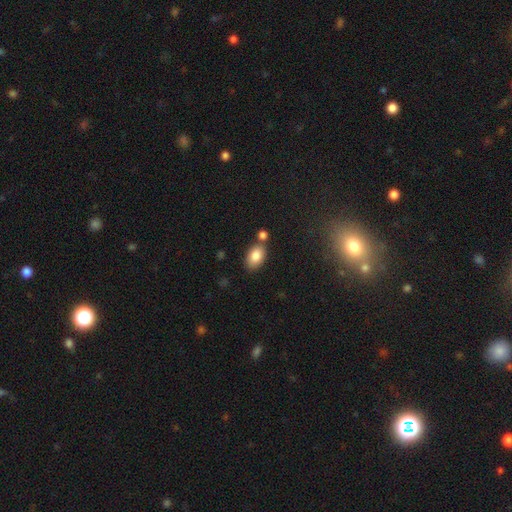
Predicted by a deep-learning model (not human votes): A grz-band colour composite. It shows a smooth galaxy with no disk features (84%) that is in between round and cigar-shaped (89%). Merging: none (70%).